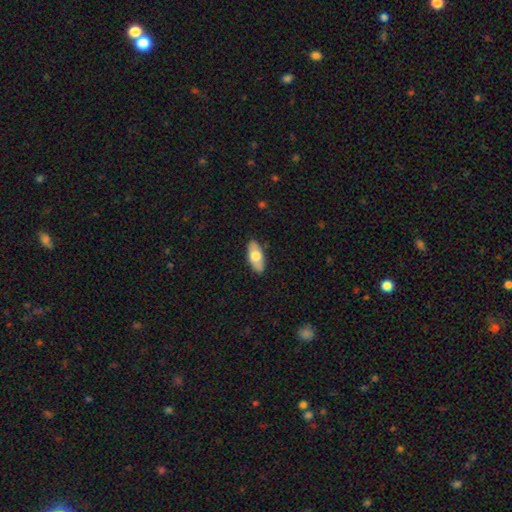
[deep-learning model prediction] Smooth or featured? Predicted: smooth (p=0.63). How rounded? Predicted: in between (p=0.86). Merging? Predicted: none (p=0.86).